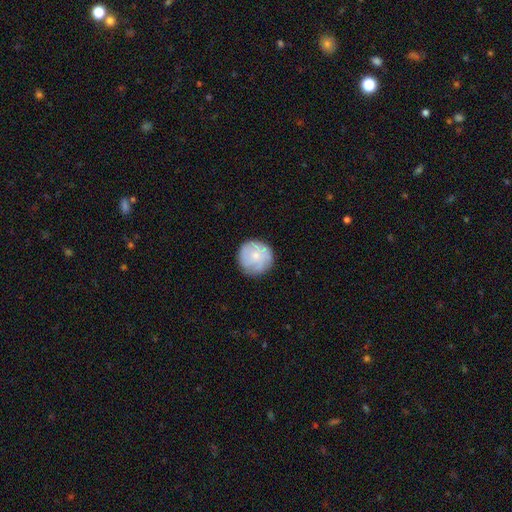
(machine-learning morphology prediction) This is possibly a smooth galaxy (53%). How rounded: clearly round (93%). Merging: likely none (79%).